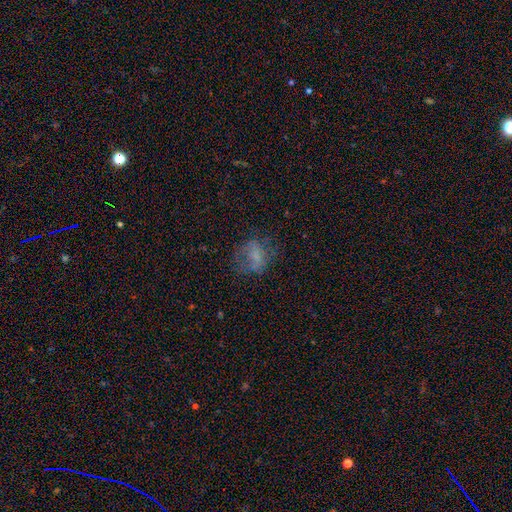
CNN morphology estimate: Smooth or featured? smooth (53%)
How rounded? round (52%)
Merging? none (52%)